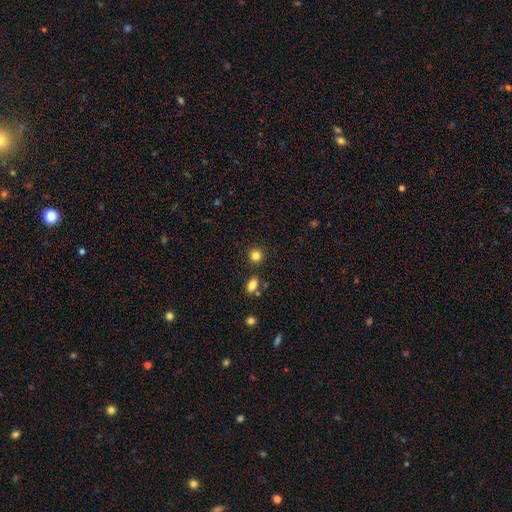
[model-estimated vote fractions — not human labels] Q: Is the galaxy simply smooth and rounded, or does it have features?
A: smooth — 83%.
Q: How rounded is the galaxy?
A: round — 89%.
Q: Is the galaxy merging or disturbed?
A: none — 87%.